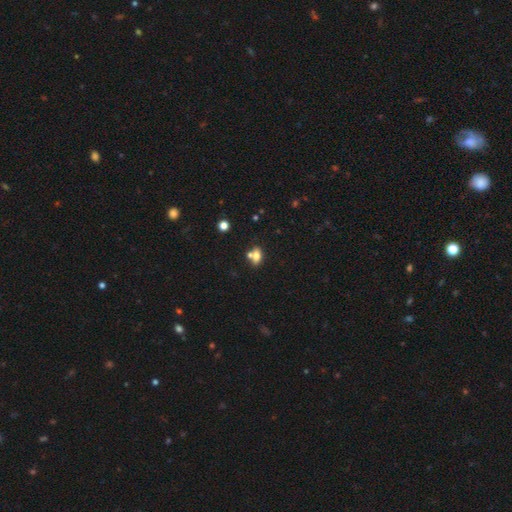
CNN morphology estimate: A smooth galaxy with no disk features (70%) that is in between round and cigar-shaped (75%).

Vote fractions:
- Smooth or featured? smooth: 70% / featured or disk: 18% / star or artifact: 12%
- How rounded? in between: 75% / round: 19% / cigar-shaped: 6%
- Merging? none: 47% / merger: 38% / minor disturbance: 11% / major disturbance: 4%